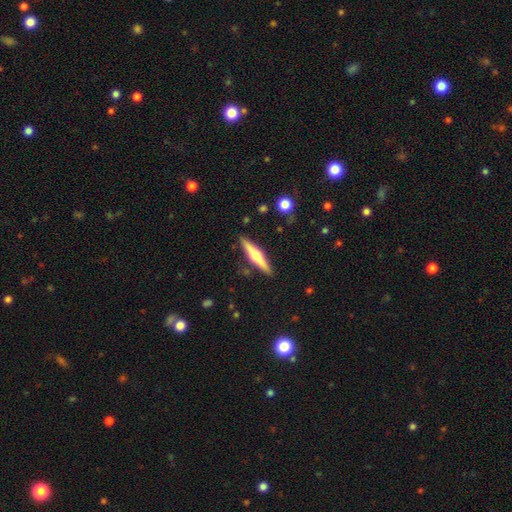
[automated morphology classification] The model was most divided on "smooth or featured": featured or disk: 62%, smooth: 32%, star or artifact: 6%. More confident: edge-on disk — yes (97%); edge-on bulge — rounded (91%); merging — none (88%).